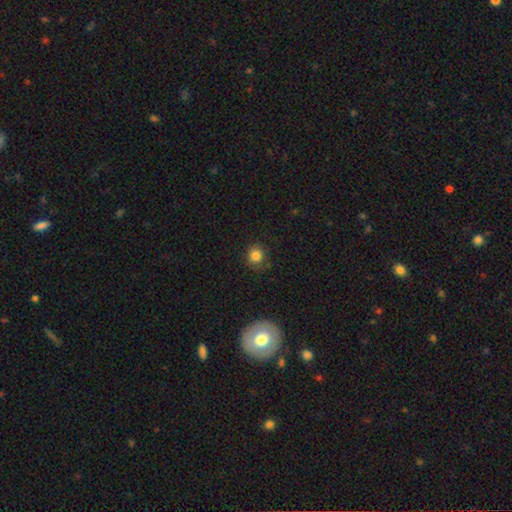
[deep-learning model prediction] Q: Smooth or featured?
A: smooth (82%); runner-up: star or artifact (12%)
Q: How rounded?
A: round (86%); runner-up: in between (13%)
Q: Merging?
A: none (80%); runner-up: minor disturbance (15%)